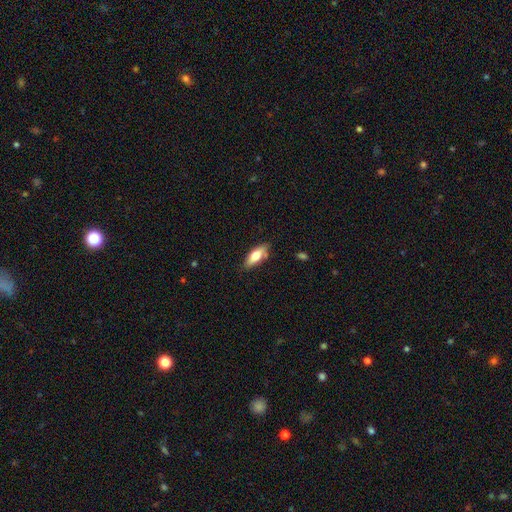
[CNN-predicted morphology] The model was most divided on "smooth or featured": smooth: 69%, featured or disk: 24%, star or artifact: 6%. More confident: merging — none (74%); how rounded — in between (73%).